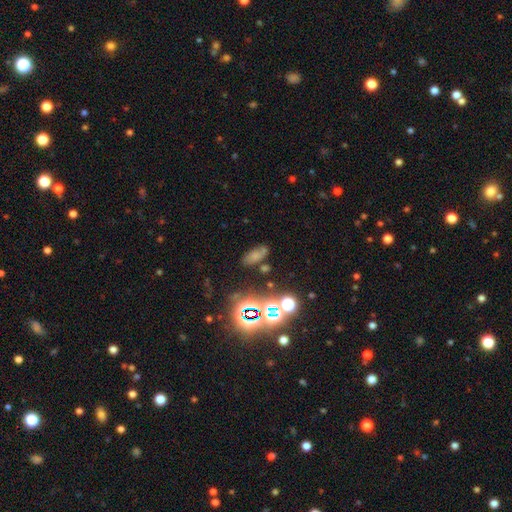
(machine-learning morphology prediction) A smooth galaxy with no disk features (54%) that is in between round and cigar-shaped (84%). Merging: none (65%).